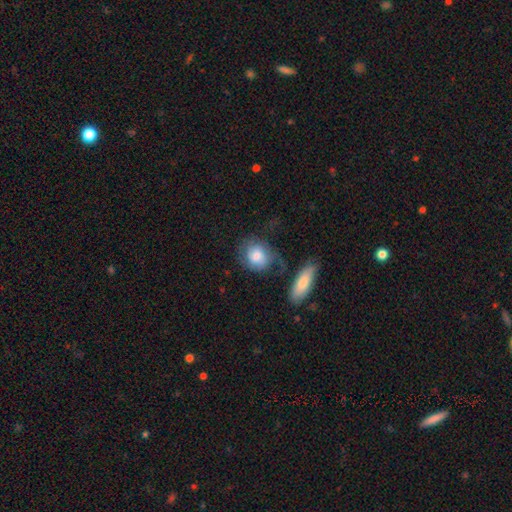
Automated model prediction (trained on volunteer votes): Morphology: type=smooth (62%); roundness=round (56%); merging=none (44%).